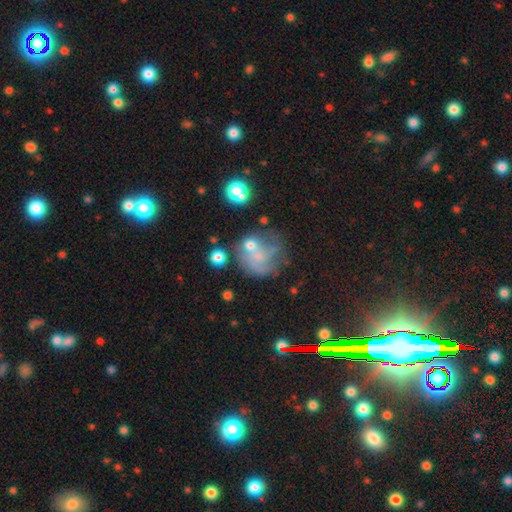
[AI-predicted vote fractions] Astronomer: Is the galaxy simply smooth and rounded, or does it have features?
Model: featured or disk — 42% (runner-up: smooth, 37%).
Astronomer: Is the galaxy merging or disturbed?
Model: none — 41% (runner-up: major disturbance, 25%).